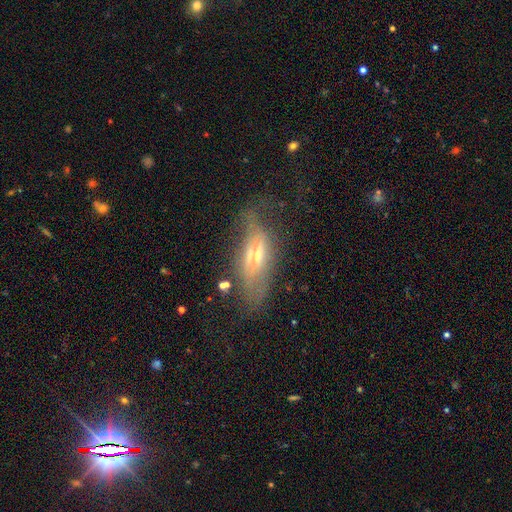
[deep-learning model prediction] This appears to be a featured or disk galaxy (58%) viewed edge-on (68%). Merging: none (50%).